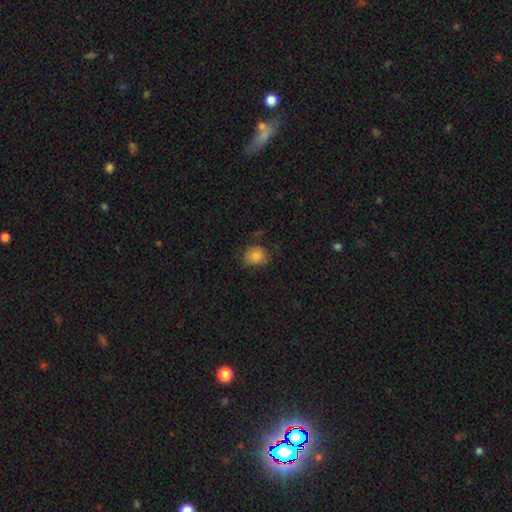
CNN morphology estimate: This appears to be a smooth galaxy with no disk features (85%) that is round (65%). Merging: none (72%).